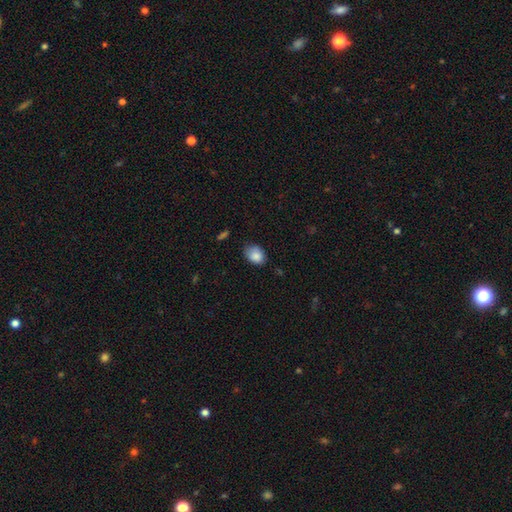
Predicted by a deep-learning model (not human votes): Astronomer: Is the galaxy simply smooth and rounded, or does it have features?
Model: smooth — 86%.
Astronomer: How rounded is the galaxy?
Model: in between — 69%.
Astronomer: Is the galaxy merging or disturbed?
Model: none — 65%.